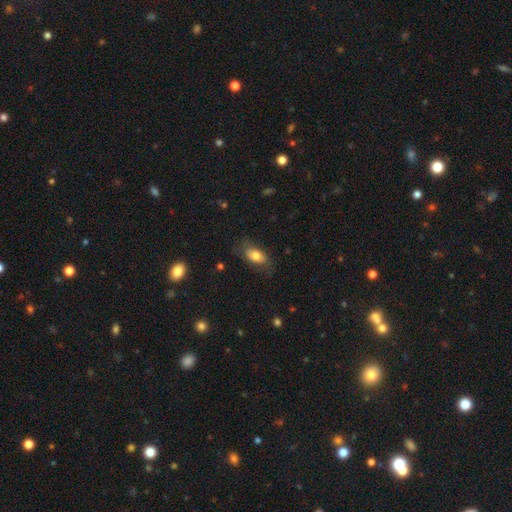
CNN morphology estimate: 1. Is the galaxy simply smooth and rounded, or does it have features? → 75% smooth, 18% featured or disk, 7% star or artifact.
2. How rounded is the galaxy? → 89% in between, 6% cigar-shaped, 5% round.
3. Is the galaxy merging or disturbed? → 70% none, 20% minor disturbance, 8% major disturbance, 1% merger.